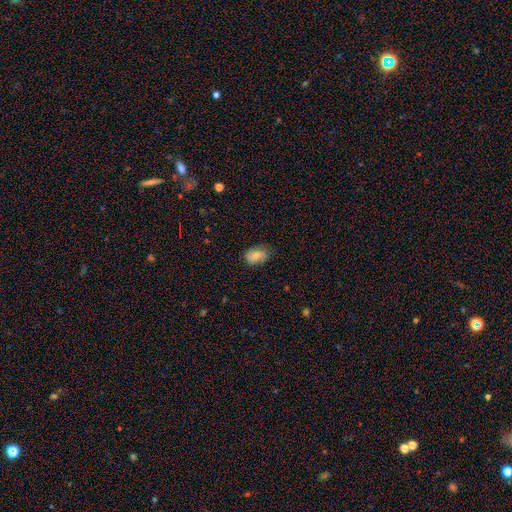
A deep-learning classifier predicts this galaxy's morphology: Smooth or featured? smooth (70%)
How rounded? in between (84%)
Merging? none (66%)